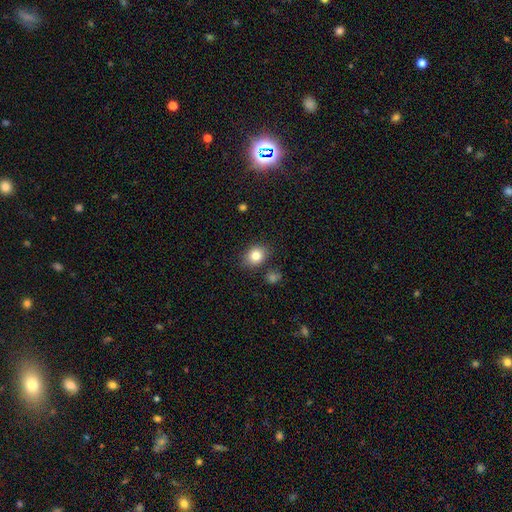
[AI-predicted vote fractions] This is clearly a smooth galaxy (82%). How rounded: possibly round (56%). Merging: clearly none (82%).